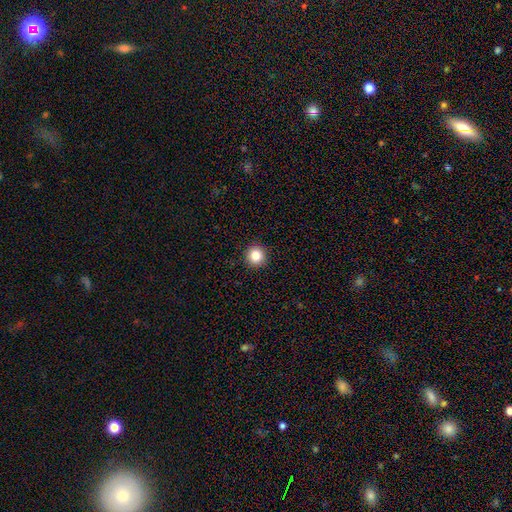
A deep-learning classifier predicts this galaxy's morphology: A smooth galaxy with no disk features (83%) that is round (95%). Merging: none (93%).